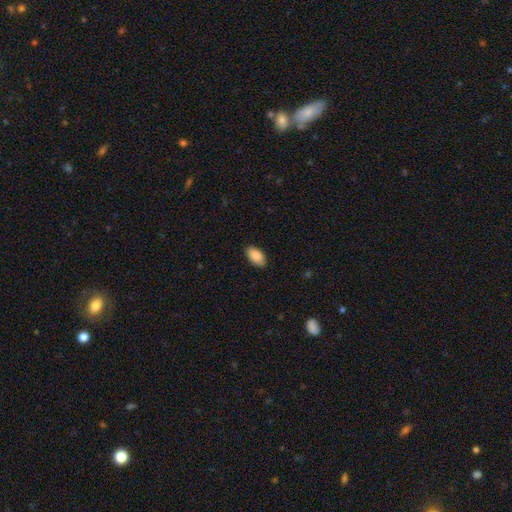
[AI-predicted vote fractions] This is clearly a smooth galaxy (89%). How rounded: clearly in between (95%). Merging: clearly none (87%).